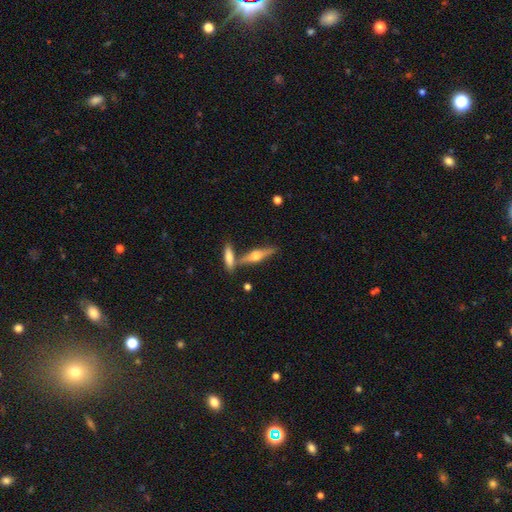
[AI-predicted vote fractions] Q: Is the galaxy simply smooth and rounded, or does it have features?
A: featured or disk — 69%.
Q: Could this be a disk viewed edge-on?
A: yes — 96%.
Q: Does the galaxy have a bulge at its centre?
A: rounded — 94%.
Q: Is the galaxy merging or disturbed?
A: none — 71%.